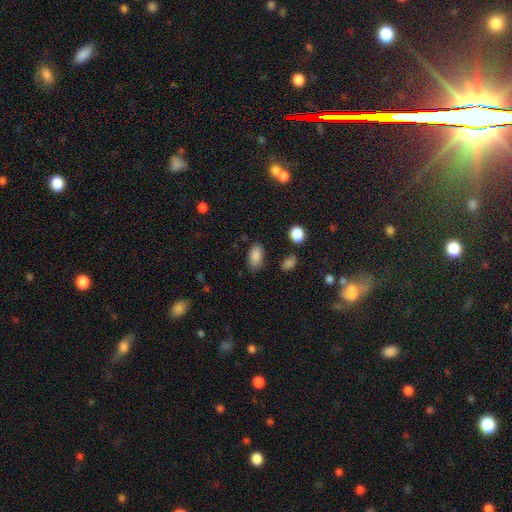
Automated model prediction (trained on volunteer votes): The model was most divided on "merging": none: 78%, minor disturbance: 16%, major disturbance: 4%, merger: 3%. More confident: how rounded — in between (92%); smooth or featured — smooth (86%).